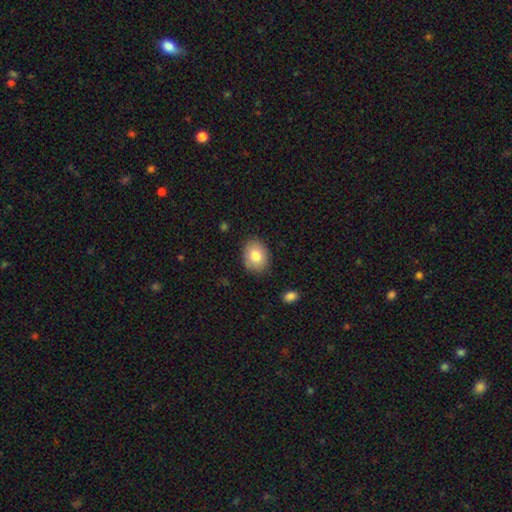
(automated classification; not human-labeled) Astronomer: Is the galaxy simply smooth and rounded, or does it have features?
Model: smooth — 80%.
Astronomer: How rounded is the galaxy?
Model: in between — 56% (runner-up: round, 43%).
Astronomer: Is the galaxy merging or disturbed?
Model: none — 85%.